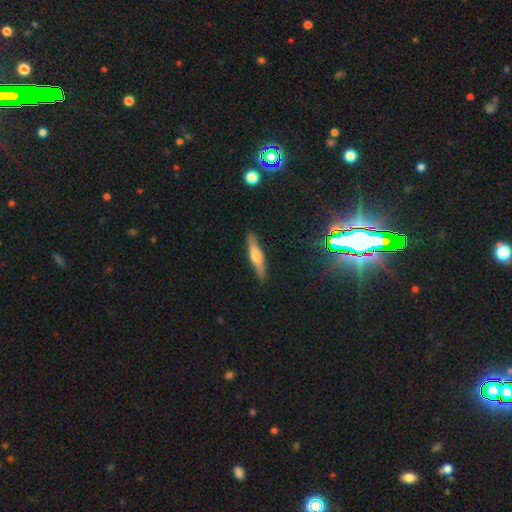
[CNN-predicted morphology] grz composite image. It shows a smooth galaxy with no disk features (50%) that is cigar-shaped (85%). Merging: none (88%).